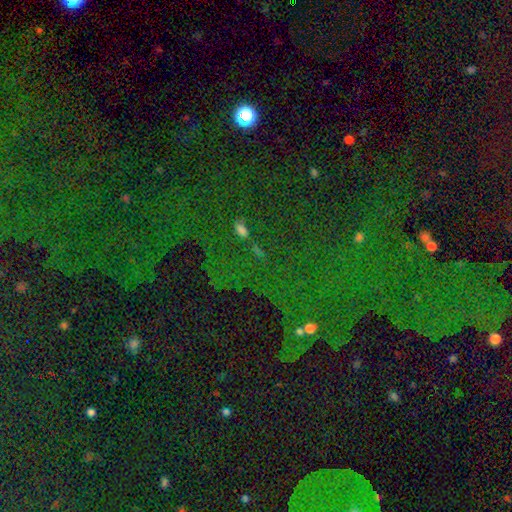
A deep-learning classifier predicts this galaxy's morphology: A star or artifact, not a galaxy (78%).

Vote fractions:
- Smooth or featured? star or artifact: 78% / smooth: 12% / featured or disk: 10%